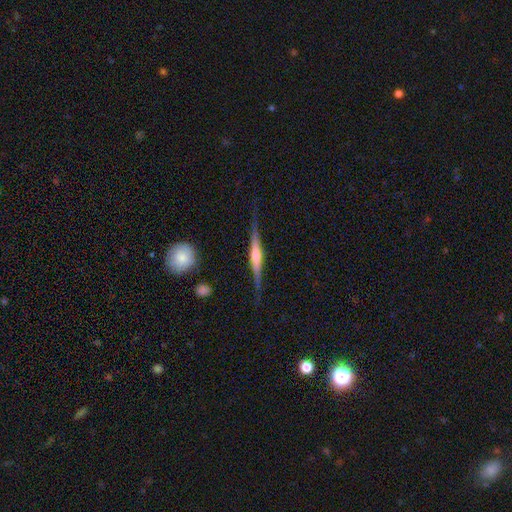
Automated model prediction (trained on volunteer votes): A featured or disk galaxy (75%) viewed edge-on (98%) with a rounded central bulge (72%).

Vote fractions:
- Smooth or featured? featured or disk: 75% / smooth: 19% / star or artifact: 6%
- Edge-on disk? yes: 98% / no: 2%
- Edge-on bulge? rounded: 72% / boxy: 18% / none: 10%
- Merging? none: 83% / minor disturbance: 12% / major disturbance: 3% / merger: 2%